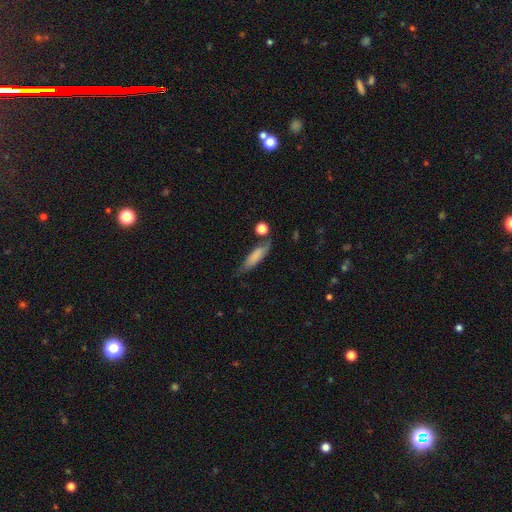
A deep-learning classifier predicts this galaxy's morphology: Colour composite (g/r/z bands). It shows a smooth galaxy with no disk features (73%) that is cigar-shaped (68%). Merging: none (63%).